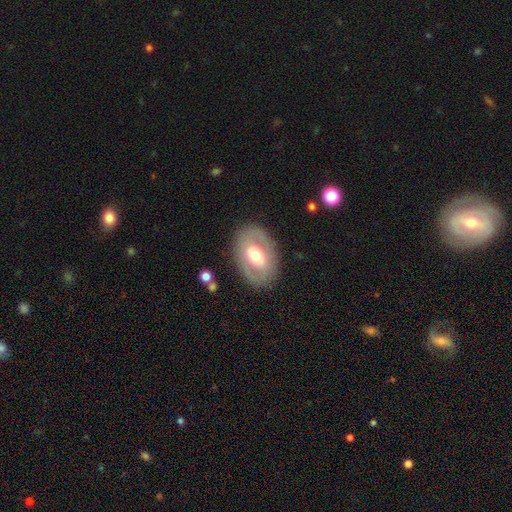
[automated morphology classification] Smooth or featured? Predicted: featured or disk (p=0.51). Edge-on disk? Predicted: no (p=0.91). Merging? Predicted: none (p=0.83).